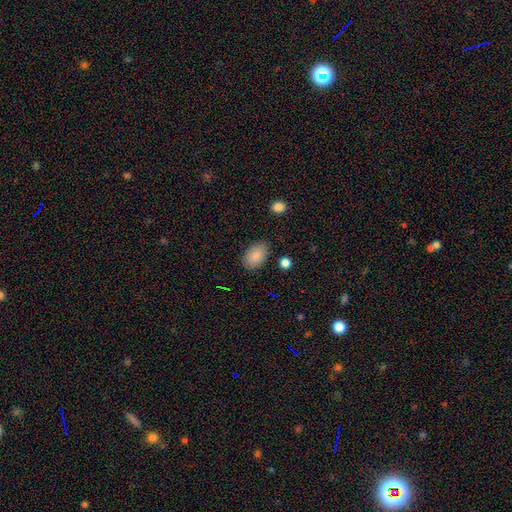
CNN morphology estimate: type=smooth (86%); roundness=in between (91%); merging=none (84%).